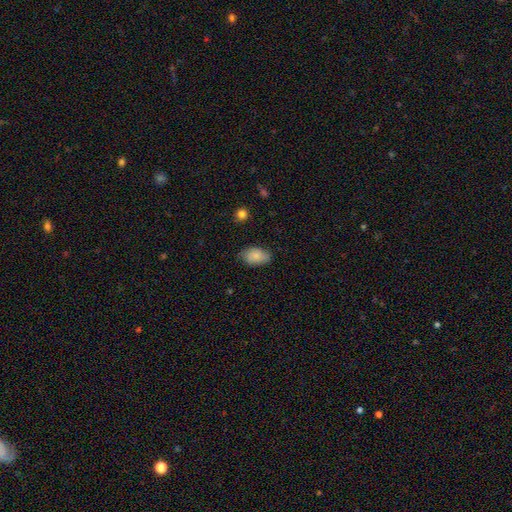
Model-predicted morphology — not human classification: Smooth or featured: smooth — 78% (featured or disk — 14%)
How rounded: in between — 87% (round — 11%)
Merging: none — 70% (minor disturbance — 24%)